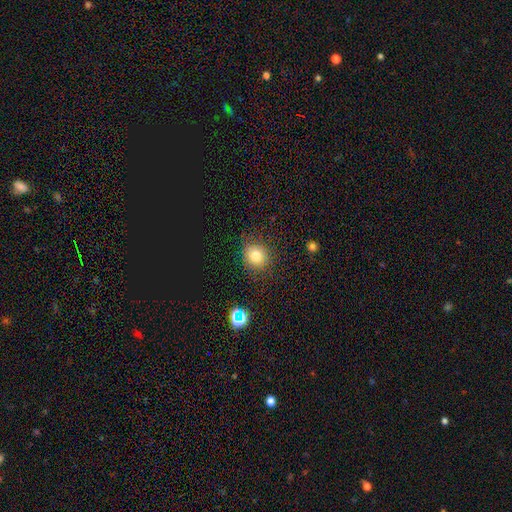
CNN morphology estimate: A smooth galaxy with no disk features (77%) that is round (82%). Merging: none (85%).